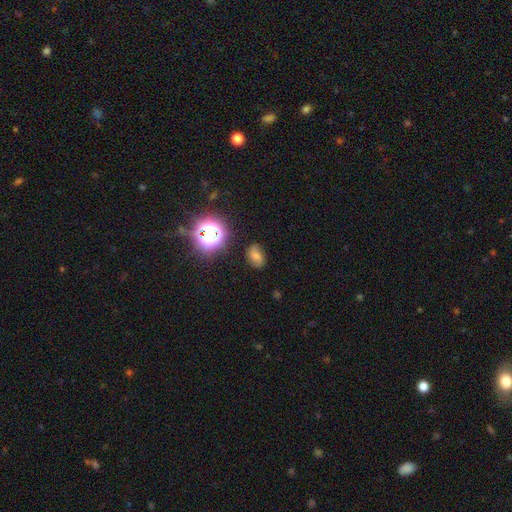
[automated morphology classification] A smooth galaxy with no disk features (47%).

Vote fractions:
- Smooth or featured? smooth: 47% / star or artifact: 33% / featured or disk: 20%
- Merging? none: 79% / minor disturbance: 14% / major disturbance: 5% / merger: 2%